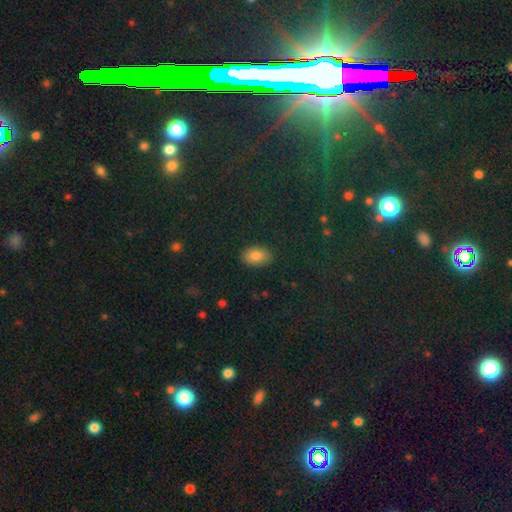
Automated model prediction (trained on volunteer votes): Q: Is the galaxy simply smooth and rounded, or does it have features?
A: smooth — 82%.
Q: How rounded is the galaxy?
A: in between — 88%.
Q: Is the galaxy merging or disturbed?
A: none — 87%.